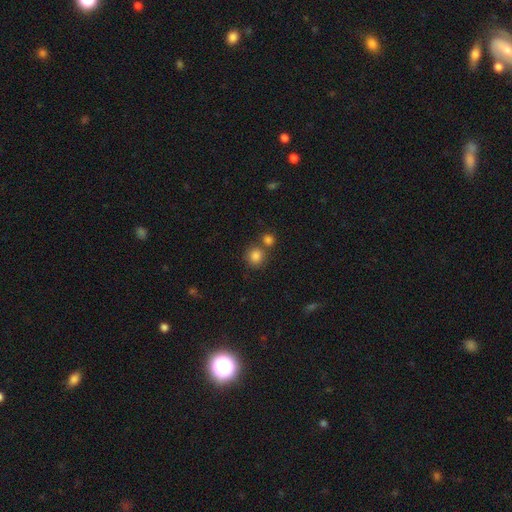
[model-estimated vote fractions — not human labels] Q: Smooth or featured?
A: smooth (84%); runner-up: star or artifact (11%)
Q: How rounded?
A: round (88%); runner-up: in between (11%)
Q: Merging?
A: none (64%); runner-up: merger (25%)